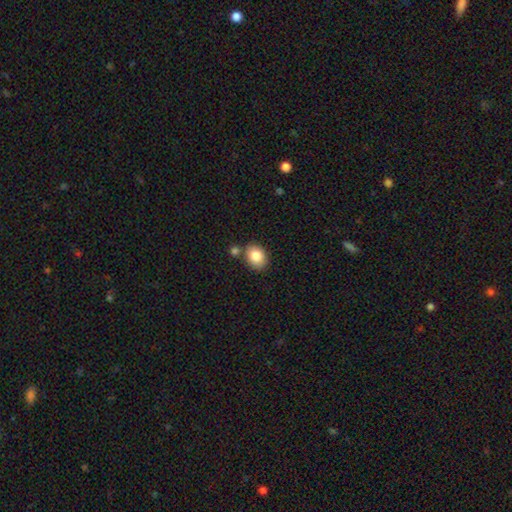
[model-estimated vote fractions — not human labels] Smooth or featured? smooth (85%)
How rounded? in between (60%)
Merging? none (72%)